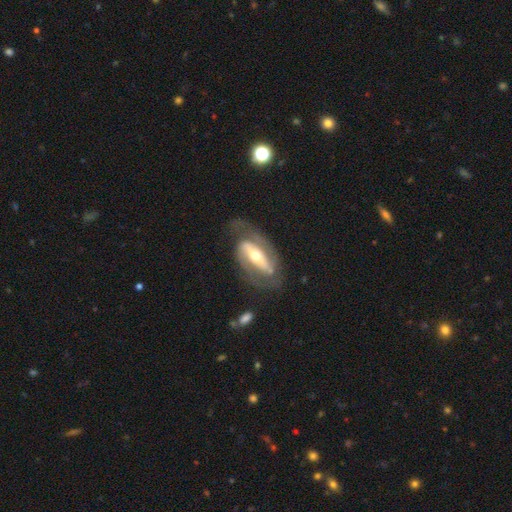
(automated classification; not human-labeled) Smooth or featured?
  - featured or disk: 84% *
  - smooth: 12%
  - star or artifact: 4%
Edge-on disk?
  - no: 90% *
  - yes: 10%
Bar?
  - strong: 63% *
  - weak: 20%
  - no: 17%
Spiral arms?
  - yes: 86% *
  - no: 14%
Spiral winding?
  - medium: 44% *
  - tight: 32%
  - loose: 24%
Spiral arm count?
  - 2: 83% *
  - 1: 7%
  - can't tell: 7%
  - 3: 1%
  - 4: 1%
  - more than 4: 1%
Bulge size?
  - moderate: 62% *
  - small: 28%
  - large: 7%
  - dominant: 1%
  - none: 1%
Merging?
  - none: 64% *
  - minor disturbance: 19%
  - major disturbance: 15%
  - merger: 2%